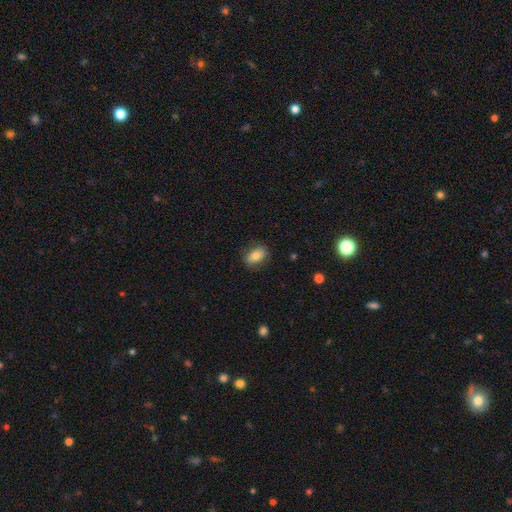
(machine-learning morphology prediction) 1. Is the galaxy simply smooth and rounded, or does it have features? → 77% smooth, 15% featured or disk, 8% star or artifact.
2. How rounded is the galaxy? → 84% in between, 15% round, 2% cigar-shaped.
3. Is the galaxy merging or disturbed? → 81% none, 14% minor disturbance, 4% major disturbance, 1% merger.